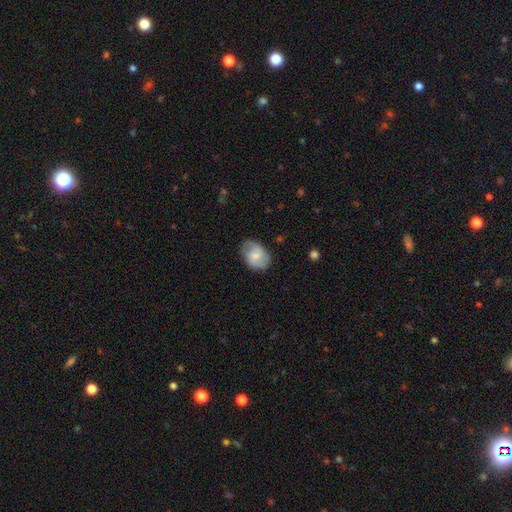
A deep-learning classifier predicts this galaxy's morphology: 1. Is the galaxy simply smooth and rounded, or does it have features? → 50% featured or disk, 43% smooth, 7% star or artifact.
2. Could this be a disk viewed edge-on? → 97% no, 3% yes.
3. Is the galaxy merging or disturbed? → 73% none, 20% minor disturbance, 6% major disturbance, 1% merger.